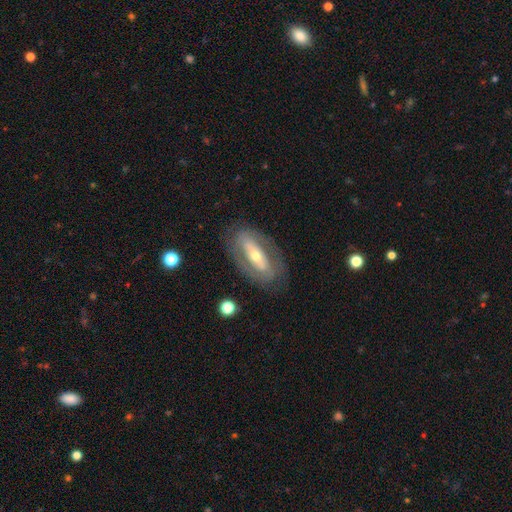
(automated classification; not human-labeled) Morphology: type=featured or disk (68%); edge-on=no (83%); bar=strong (42%); spiral arms=no (64%); bulge=moderate (48%); merging=none (78%).